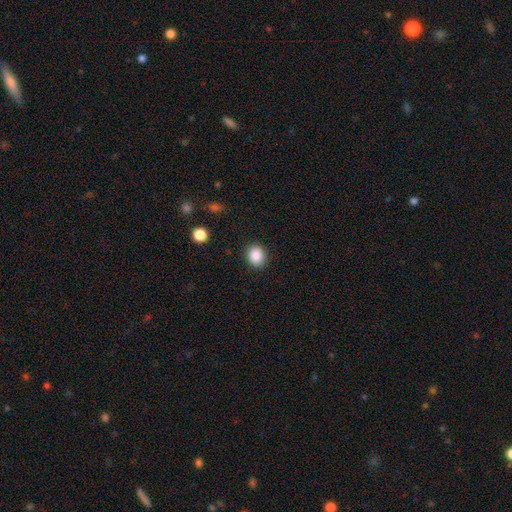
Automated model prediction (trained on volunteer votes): Overall: smooth (88%). How rounded: round (64%; in between 35%). Merging: none (89%).